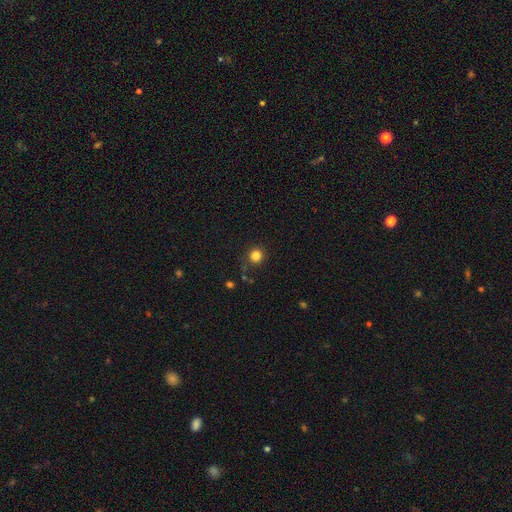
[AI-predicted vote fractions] This is clearly a smooth galaxy (82%). How rounded: clearly round (94%). Merging: clearly none (88%).